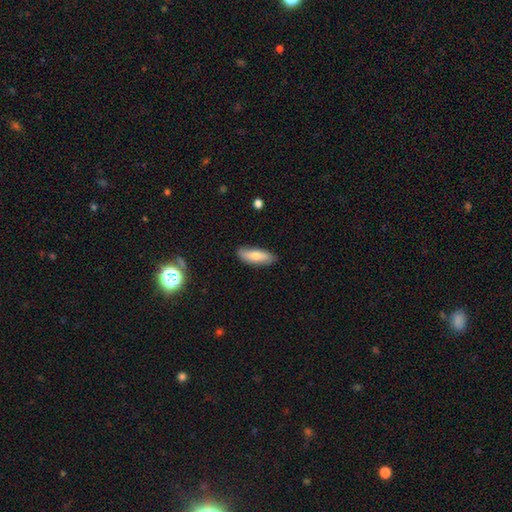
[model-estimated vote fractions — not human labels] Smooth or featured?
  - smooth: 75% *
  - featured or disk: 19%
  - star or artifact: 6%
How rounded?
  - in between: 63% *
  - cigar-shaped: 34%
  - round: 2%
Merging?
  - none: 84% *
  - minor disturbance: 12%
  - major disturbance: 2%
  - merger: 1%